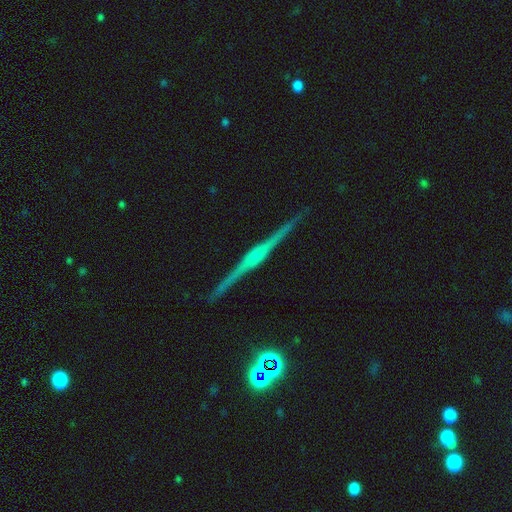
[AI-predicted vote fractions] featured or disk 82%, smooth 10%, star or artifact 8%. Down the decision tree: edge-on disk — yes (98%); edge-on bulge — rounded (53%); merging — none (90%).